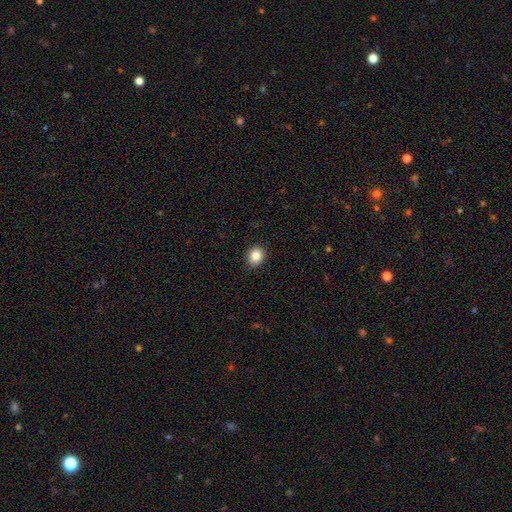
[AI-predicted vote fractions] This appears to be a smooth galaxy with no disk features (86%) that is round (71%). Merging: none (89%).